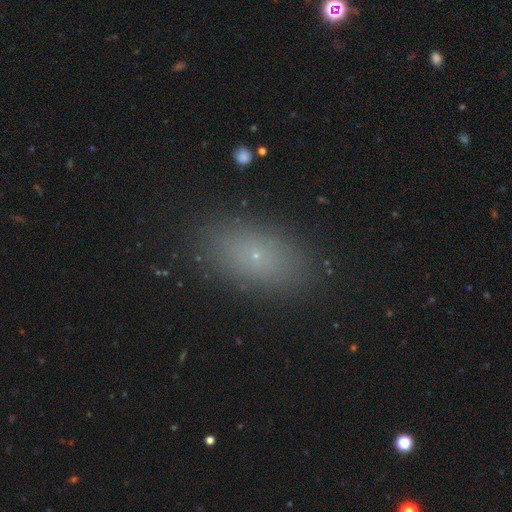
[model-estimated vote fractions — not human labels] This is likely a smooth galaxy (69%). How rounded: clearly in between (87%). Merging: clearly none (87%).